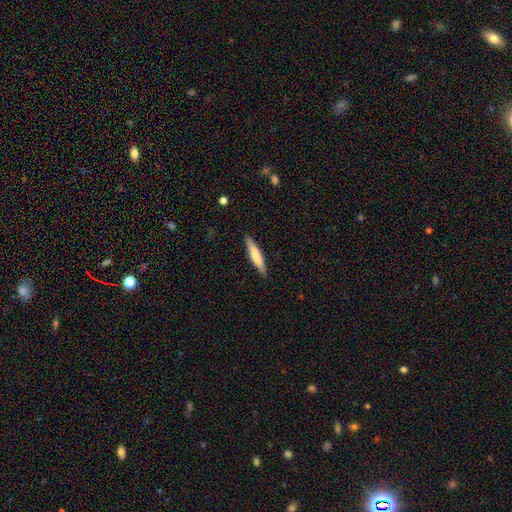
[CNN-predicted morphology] Smooth or featured? Predicted: smooth (p=0.71). How rounded? Predicted: cigar-shaped (p=0.87). Merging? Predicted: none (p=0.88).